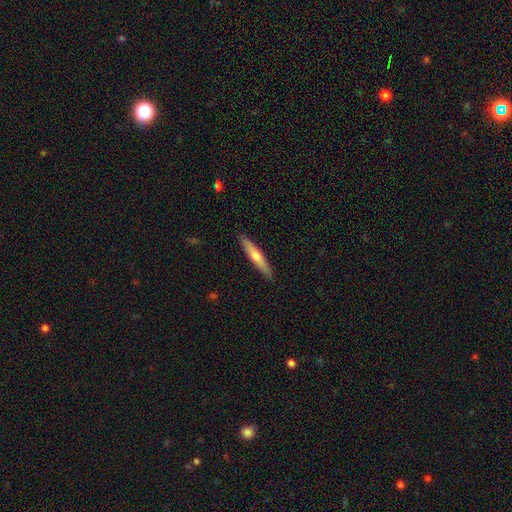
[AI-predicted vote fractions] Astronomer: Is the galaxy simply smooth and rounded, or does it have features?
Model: smooth — 51% (runner-up: featured or disk, 44%).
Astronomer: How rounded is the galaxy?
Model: cigar-shaped — 91%.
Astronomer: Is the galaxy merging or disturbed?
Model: none — 90%.